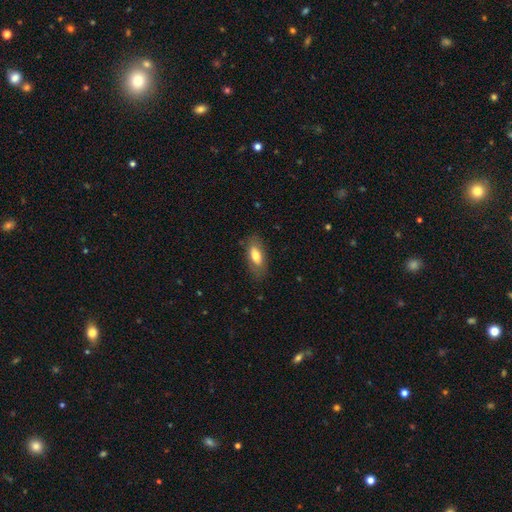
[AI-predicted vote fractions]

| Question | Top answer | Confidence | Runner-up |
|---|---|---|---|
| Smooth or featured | smooth | 72% | featured or disk (21%) |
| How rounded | in between | 82% | cigar-shaped (15%) |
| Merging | none | 81% | minor disturbance (14%) |